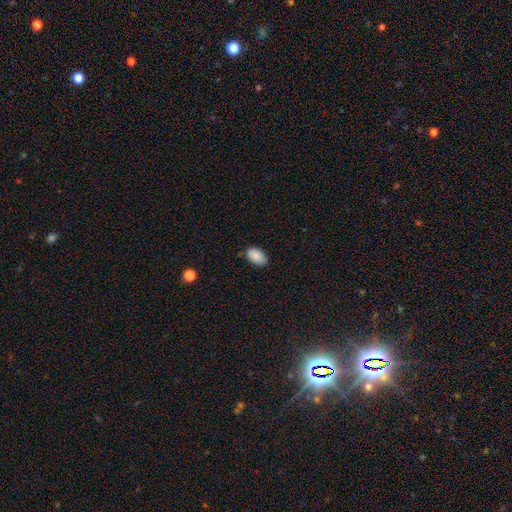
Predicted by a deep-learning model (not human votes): Smooth or featured?
  - smooth: 87% *
  - star or artifact: 7%
  - featured or disk: 5%
How rounded?
  - in between: 93% *
  - round: 6%
  - cigar-shaped: 1%
Merging?
  - none: 79% *
  - minor disturbance: 17%
  - major disturbance: 3%
  - merger: 1%